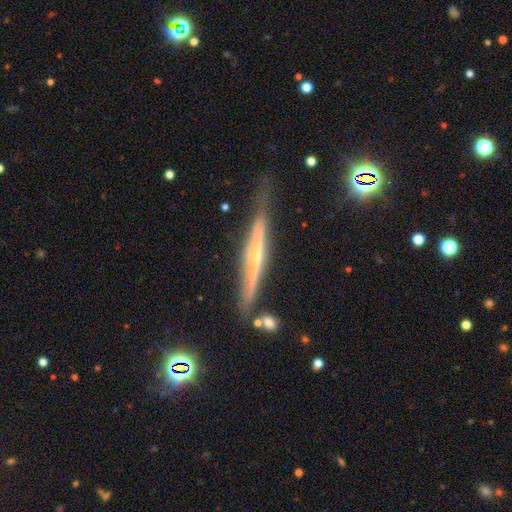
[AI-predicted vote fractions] A featured or disk galaxy (74%) viewed edge-on (96%) with a rounded central bulge (48%). Merging: none (75%).